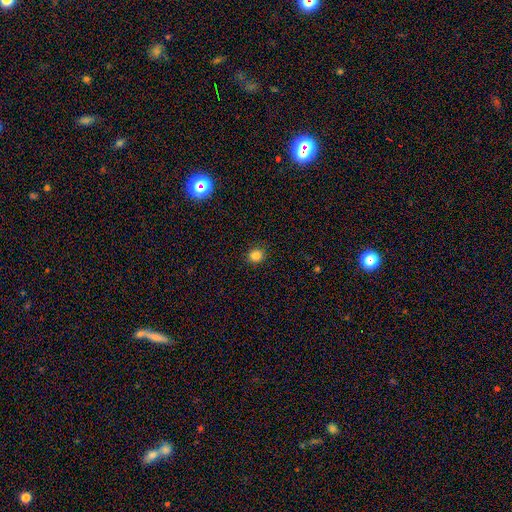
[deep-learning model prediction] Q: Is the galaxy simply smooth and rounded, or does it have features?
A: smooth — 83%.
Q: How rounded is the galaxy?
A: round — 82%.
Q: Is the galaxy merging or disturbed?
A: none — 88%.